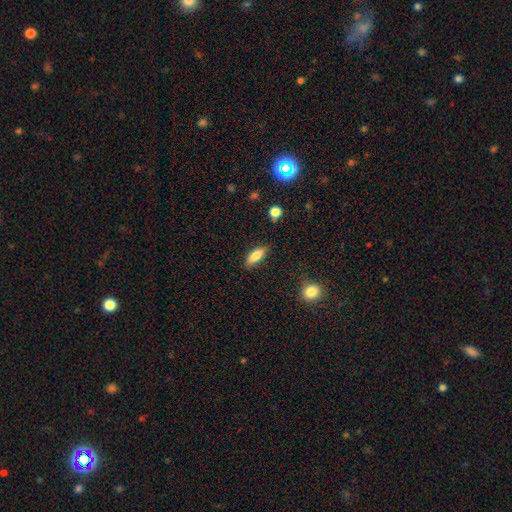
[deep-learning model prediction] This appears to be a smooth galaxy with no disk features (79%) that is in between round and cigar-shaped (64%). Merging: none (82%).